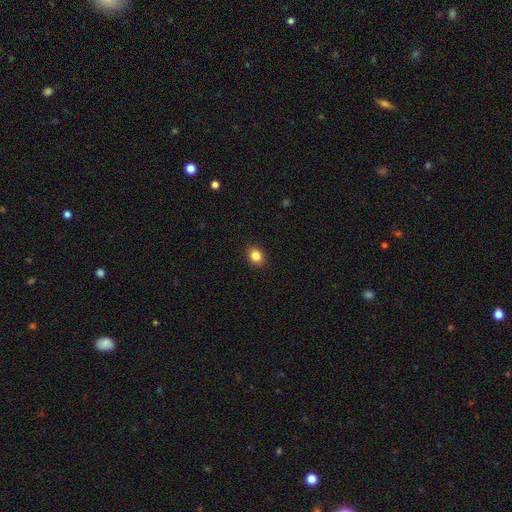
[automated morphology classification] Overall: smooth (85%). How rounded: round (53%; in between 46%). Merging: none (91%).